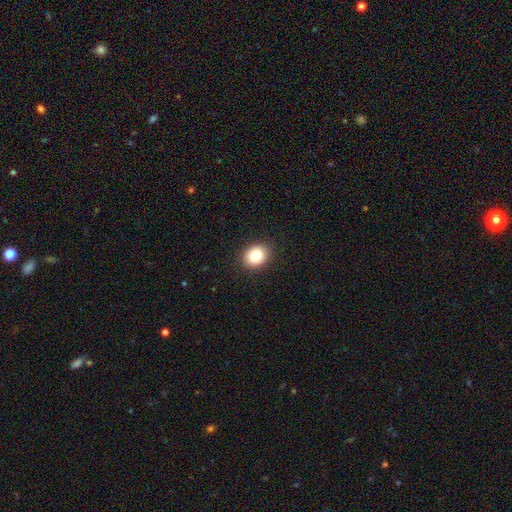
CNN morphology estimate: type=smooth (85%); roundness=in between (52%); merging=none (89%).